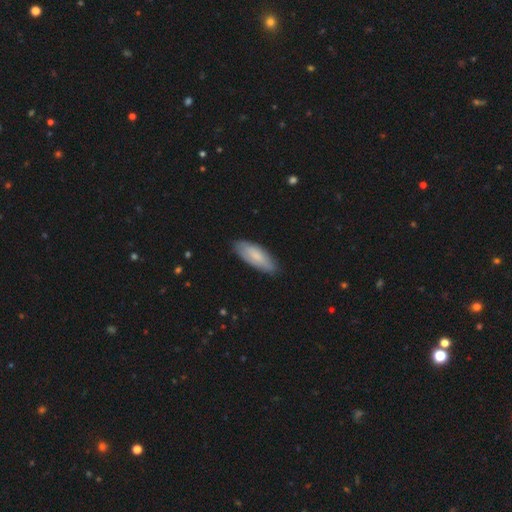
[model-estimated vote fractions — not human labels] A smooth galaxy with no disk features (73%) that is in between round and cigar-shaped (66%). Merging: none (82%).